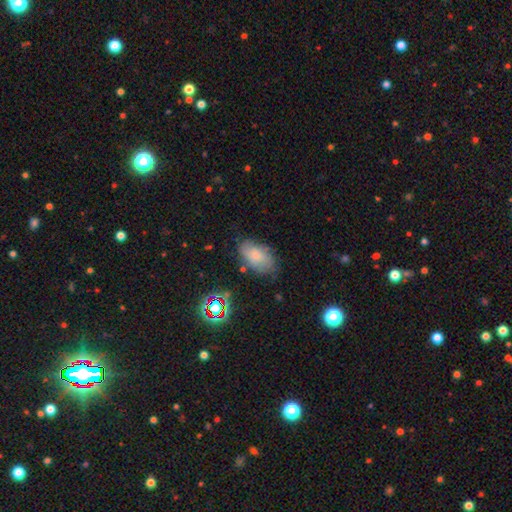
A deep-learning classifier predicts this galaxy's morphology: This is likely a smooth galaxy (69%). How rounded: clearly in between (92%). Merging: likely none (64%).